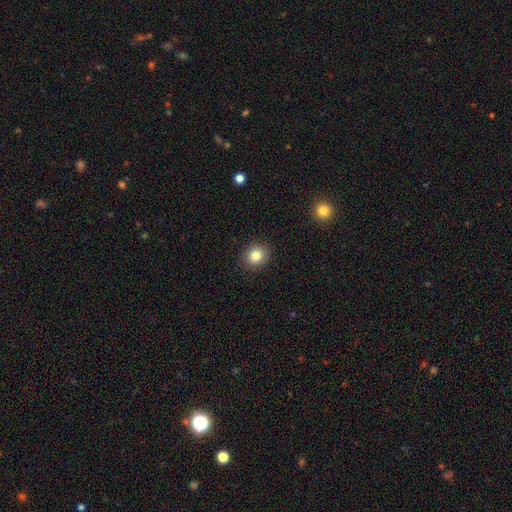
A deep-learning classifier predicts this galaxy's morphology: Overall: smooth (83%). How rounded: round (70%). Merging: none (89%).